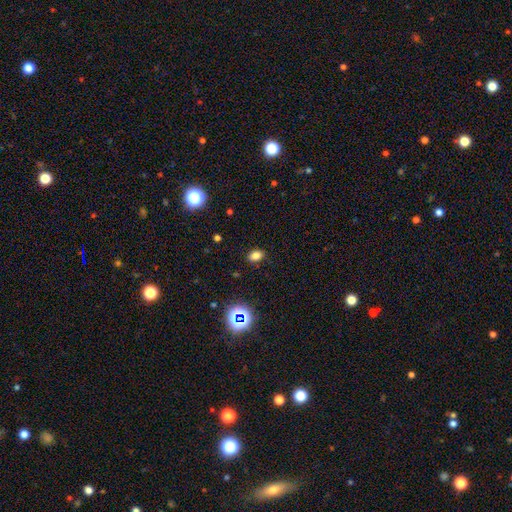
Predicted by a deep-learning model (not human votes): Q: Smooth or featured?
A: smooth (77%); runner-up: star or artifact (17%)
Q: How rounded?
A: in between (80%); runner-up: round (19%)
Q: Merging?
A: none (88%); runner-up: minor disturbance (9%)